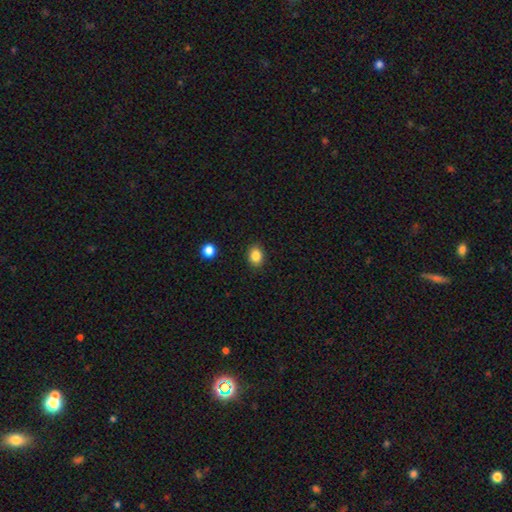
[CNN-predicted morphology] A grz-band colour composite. It shows a smooth galaxy with no disk features (85%) that is in between round and cigar-shaped (59%). Merging: none (88%).